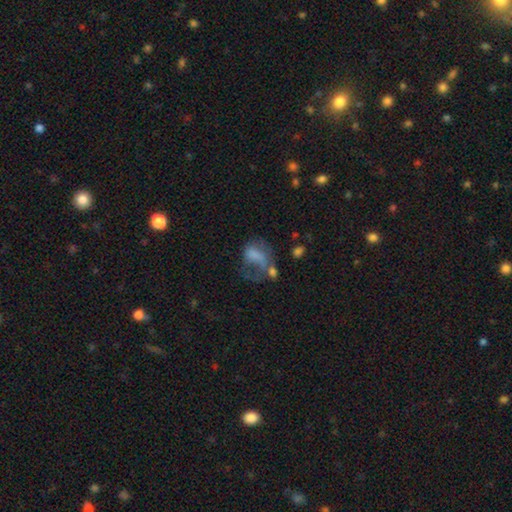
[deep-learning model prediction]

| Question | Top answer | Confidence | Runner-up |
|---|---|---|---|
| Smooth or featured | smooth | 57% | featured or disk (30%) |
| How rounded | in between | 73% | round (25%) |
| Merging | major disturbance | 49% | none (19%) |